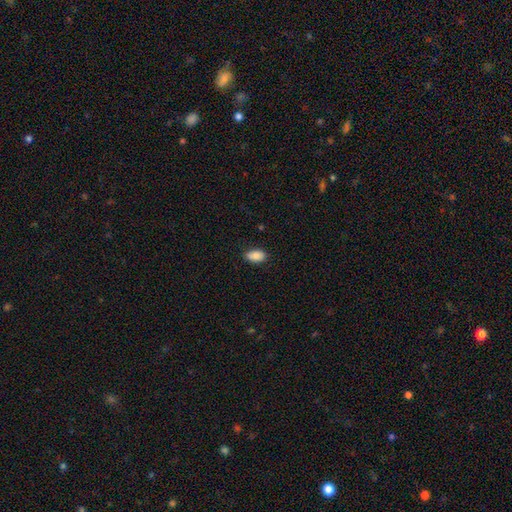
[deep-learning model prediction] Morphology: type=smooth (88%); roundness=in between (93%); merging=none (85%).